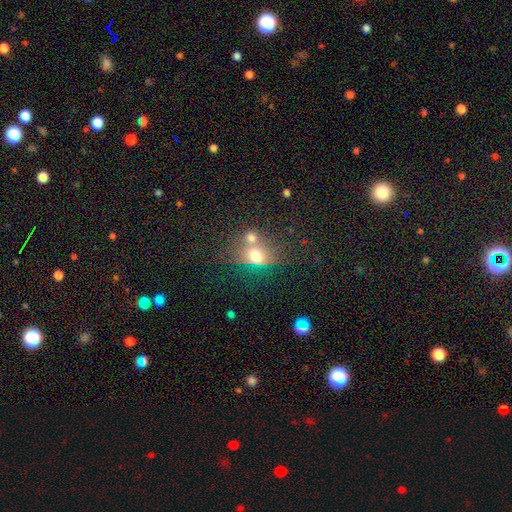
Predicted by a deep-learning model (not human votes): Smooth or featured: smooth — 64% (featured or disk — 21%)
How rounded: round — 56% (in between — 42%)
Merging: merger — 49% (none — 33%)